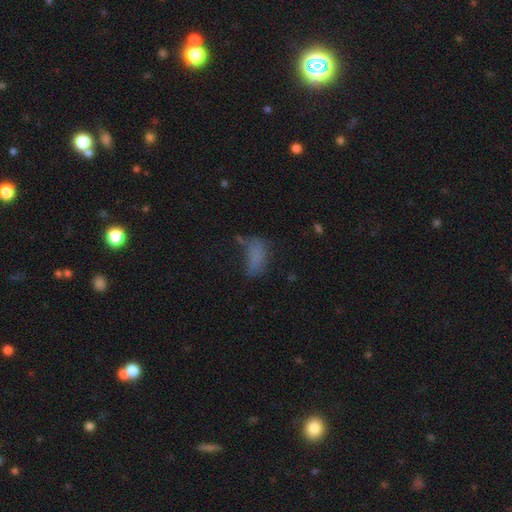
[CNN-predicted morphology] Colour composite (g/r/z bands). It shows a smooth galaxy with no disk features (68%) that is in between round and cigar-shaped (86%). Merging: none (35%).